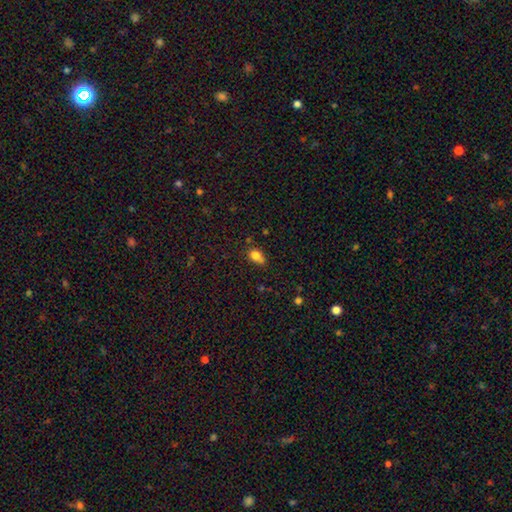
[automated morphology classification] This is clearly a smooth galaxy (80%). How rounded: likely in between (77%). Merging: possibly none (52%).